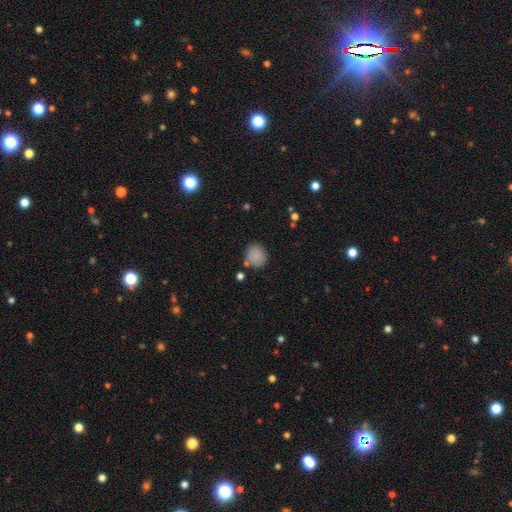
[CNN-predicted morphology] smooth_or_featured: smooth (p=0.85) [alt: star or artifact p=0.10]
how_rounded: round (p=0.79) [alt: in between p=0.20]
merging: none (p=0.77) [alt: minor disturbance p=0.13]